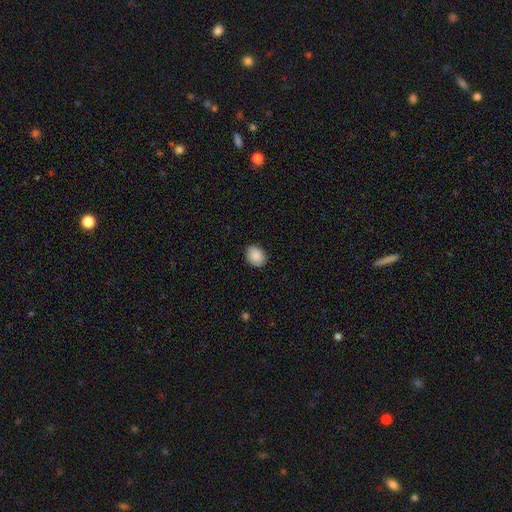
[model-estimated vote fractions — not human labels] Smooth or featured? Predicted: smooth (p=0.89). How rounded? Predicted: in between (p=0.52). Merging? Predicted: none (p=0.88).